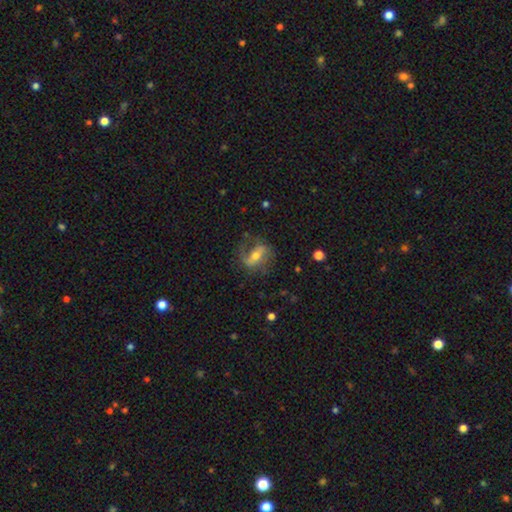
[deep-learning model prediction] This appears to be a featured or disk galaxy (69%) with a strong bar (49%), 2 (67%) loose (40%, tied with medium) spiral arms (80%) and a moderate central bulge (58%). Merging: none (61%).